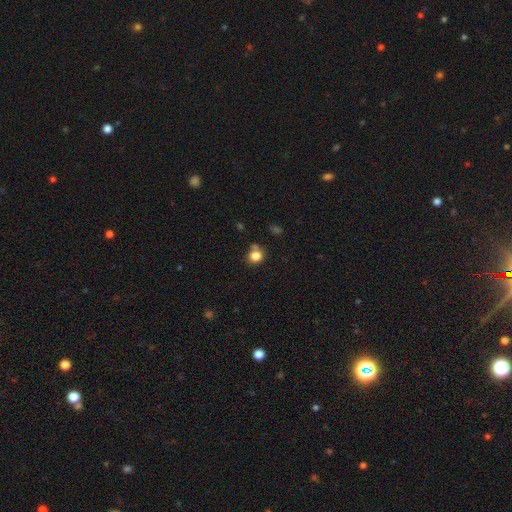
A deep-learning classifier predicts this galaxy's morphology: A smooth galaxy with no disk features (82%) that is round (77%). Merging: none (65%).